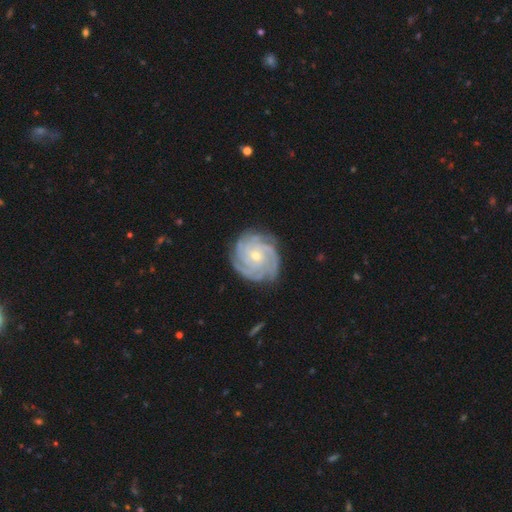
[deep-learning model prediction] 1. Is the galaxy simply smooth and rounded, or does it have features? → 90% featured or disk, 5% smooth, 5% star or artifact.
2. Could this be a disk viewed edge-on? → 98% no, 2% yes.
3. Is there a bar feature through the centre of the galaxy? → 74% no, 21% weak, 5% strong.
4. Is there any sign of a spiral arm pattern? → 98% yes, 2% no.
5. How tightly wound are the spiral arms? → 80% tight, 17% medium, 3% loose.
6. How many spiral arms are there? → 31% 4, 20% more than 4, 18% can't tell, 14% 3, 9% 2, 8% 1.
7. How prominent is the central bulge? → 63% small, 34% moderate, 1% large, 1% none, 1% dominant.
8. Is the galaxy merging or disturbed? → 82% none, 13% minor disturbance, 3% major disturbance, 1% merger.